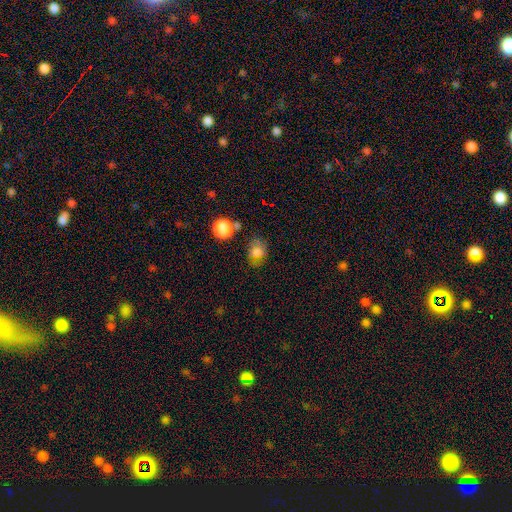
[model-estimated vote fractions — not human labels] This appears to be a smooth galaxy with no disk features (68%) that is in between round and cigar-shaped (54%). Merging: none (73%).